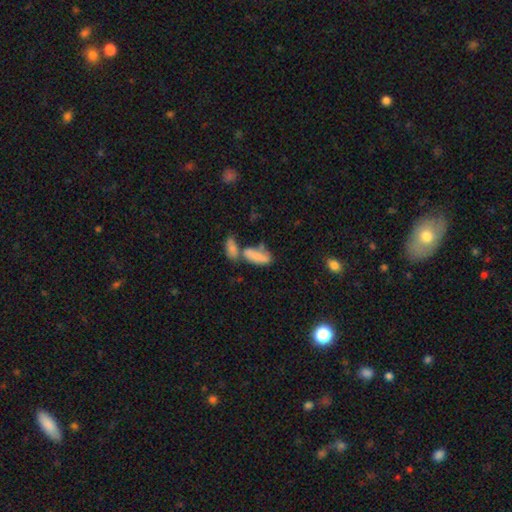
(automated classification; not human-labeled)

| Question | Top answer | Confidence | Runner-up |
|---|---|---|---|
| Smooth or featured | smooth | 78% | featured or disk (14%) |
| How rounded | in between | 79% | cigar-shaped (18%) |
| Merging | merger | 52% | none (28%) |